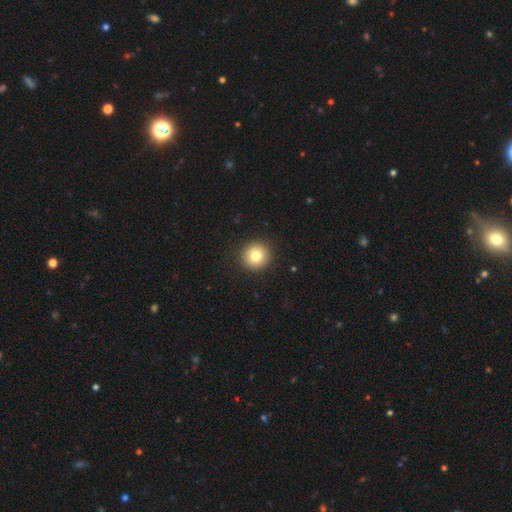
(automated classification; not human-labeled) Smooth or featured?
  - smooth: 80% *
  - star or artifact: 11%
  - featured or disk: 9%
How rounded?
  - round: 93% *
  - in between: 6%
  - cigar-shaped: 1%
Merging?
  - none: 92% *
  - minor disturbance: 5%
  - major disturbance: 2%
  - merger: 1%